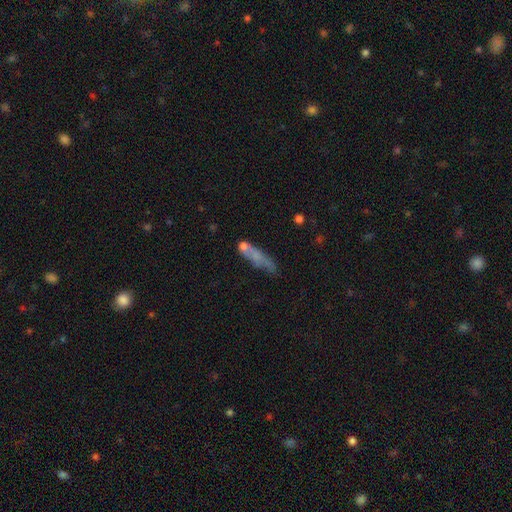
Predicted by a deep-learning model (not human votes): Morphology: type=smooth (61%); roundness=cigar-shaped (71%); merging=none (43%).